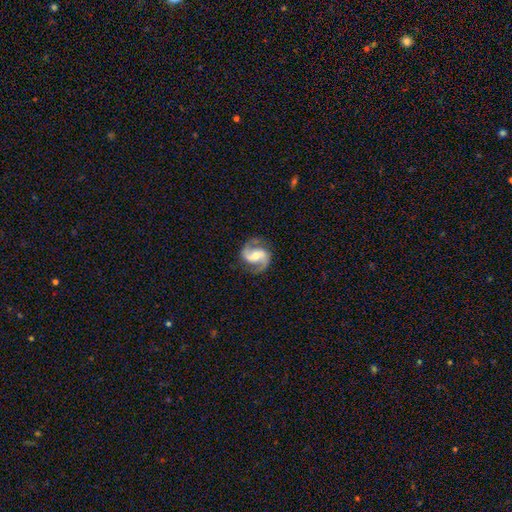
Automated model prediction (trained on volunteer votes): Morphology: type=featured or disk (90%); edge-on=no (98%); bar=weak (42%); spiral arms=yes (98%); winding=medium (57%); arm count=2 (94%); bulge=moderate (57%); merging=none (83%).